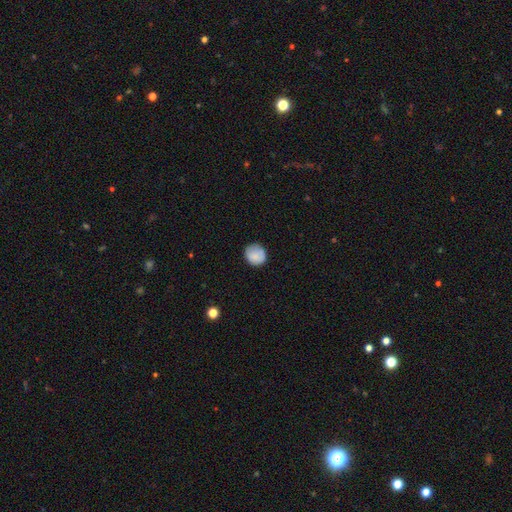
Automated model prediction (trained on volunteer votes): This appears to be a smooth galaxy with no disk features (84%) that is round (86%). Merging: none (80%).